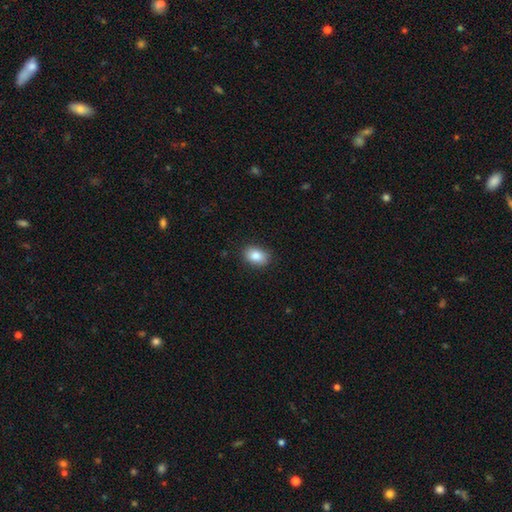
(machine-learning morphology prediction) Smooth or featured: smooth — 87% (star or artifact — 8%)
How rounded: in between — 78% (round — 21%)
Merging: none — 86% (minor disturbance — 10%)